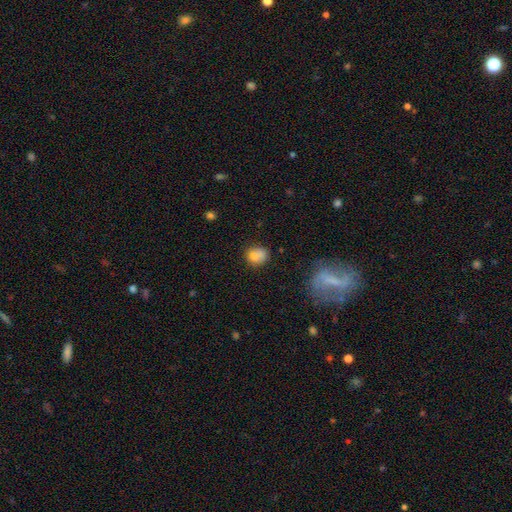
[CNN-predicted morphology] Q: Smooth or featured?
A: smooth (77%); runner-up: featured or disk (12%)
Q: How rounded?
A: round (71%); runner-up: in between (28%)
Q: Merging?
A: none (55%); runner-up: minor disturbance (20%)